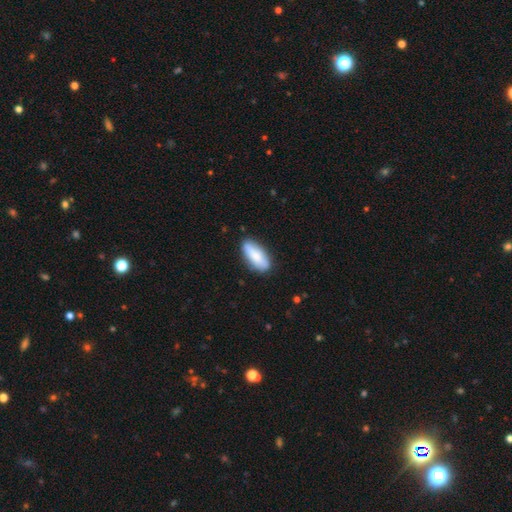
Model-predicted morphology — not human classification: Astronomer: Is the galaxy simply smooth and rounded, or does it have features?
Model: smooth — 79%.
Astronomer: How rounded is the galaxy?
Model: in between — 79%.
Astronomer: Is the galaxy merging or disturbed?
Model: none — 82%.